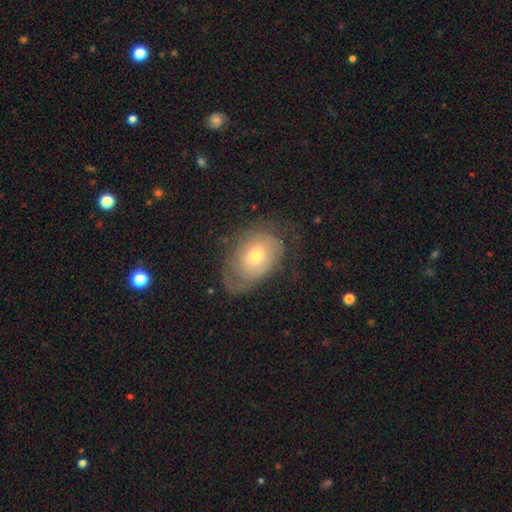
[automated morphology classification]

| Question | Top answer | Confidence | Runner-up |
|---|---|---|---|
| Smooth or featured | featured or disk | 49% | smooth (43%) |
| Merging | none | 52% | minor disturbance (27%) |